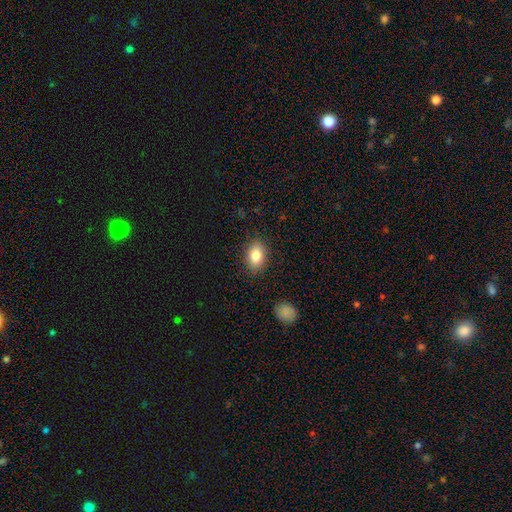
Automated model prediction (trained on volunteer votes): Overall: smooth (84%). How rounded: in between (83%). Merging: none (86%).